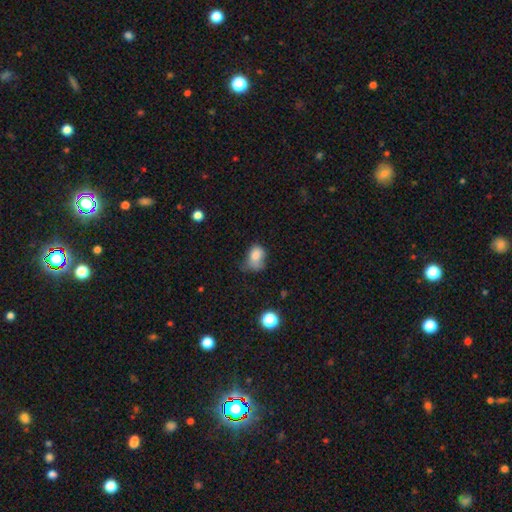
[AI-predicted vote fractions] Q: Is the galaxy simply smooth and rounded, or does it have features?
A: smooth — 78%.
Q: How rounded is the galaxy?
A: in between — 71%.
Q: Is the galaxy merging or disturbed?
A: minor disturbance — 39%.